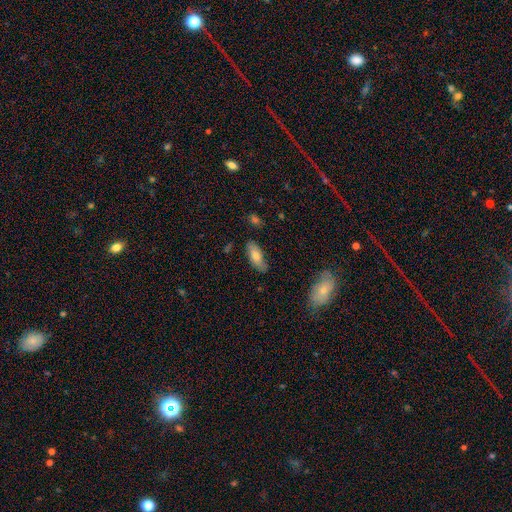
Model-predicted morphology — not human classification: This appears to be a smooth galaxy with no disk features (71%) that is in between round and cigar-shaped (78%). Merging: none (77%).